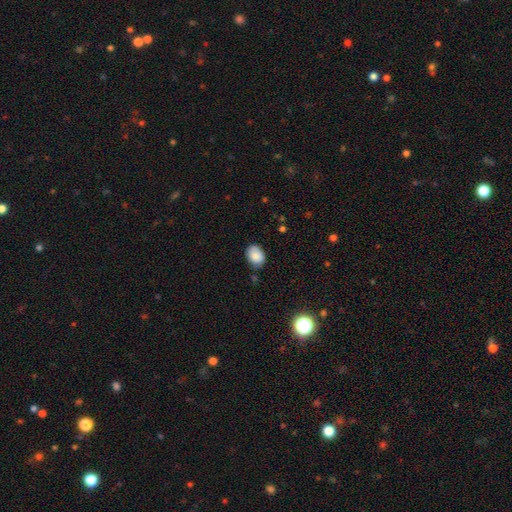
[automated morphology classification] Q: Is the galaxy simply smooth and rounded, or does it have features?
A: smooth — 85%.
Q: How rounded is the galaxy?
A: in between — 73%.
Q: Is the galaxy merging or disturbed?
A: none — 71%.